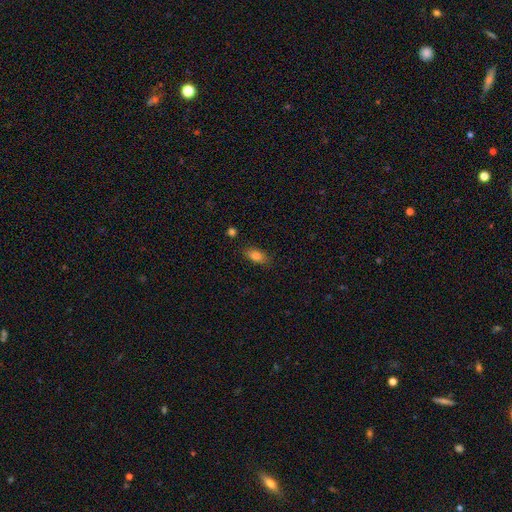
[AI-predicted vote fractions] Smooth or featured: smooth — 82% (star or artifact — 10%)
How rounded: in between — 87% (cigar-shaped — 8%)
Merging: none — 82% (minor disturbance — 13%)